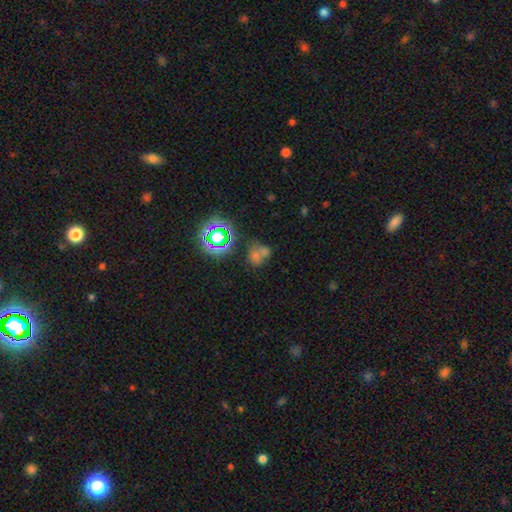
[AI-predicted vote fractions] Smooth or featured? smooth (50%)
Merging? none (43%)